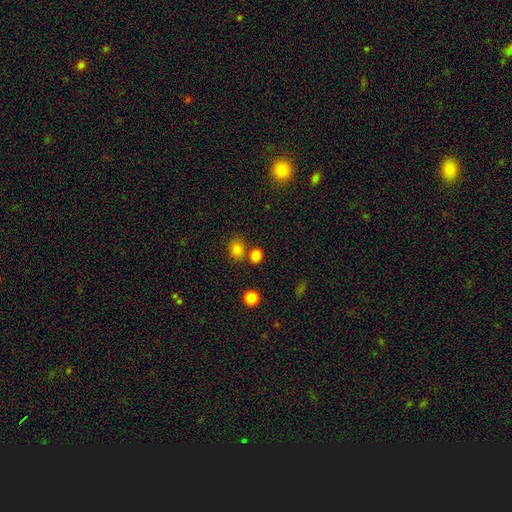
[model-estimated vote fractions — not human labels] Smooth or featured?
  - smooth: 81% *
  - star or artifact: 14%
  - featured or disk: 5%
How rounded?
  - round: 73% *
  - in between: 26%
  - cigar-shaped: 1%
Merging?
  - none: 70% *
  - merger: 19%
  - minor disturbance: 8%
  - major disturbance: 3%